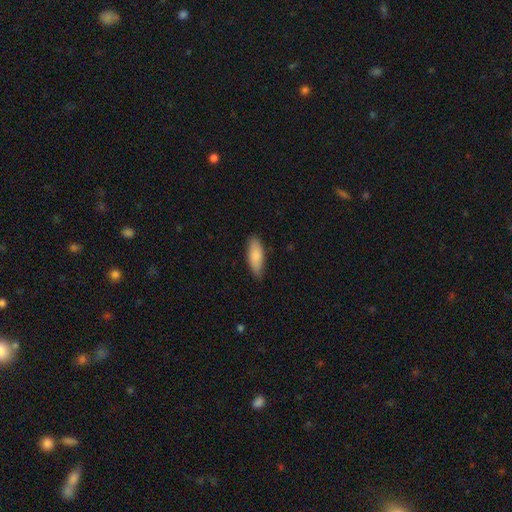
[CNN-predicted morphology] The model was most divided on "how rounded": in between: 68%, cigar-shaped: 30%, round: 2%. More confident: smooth or featured — smooth (85%); merging — none (80%).